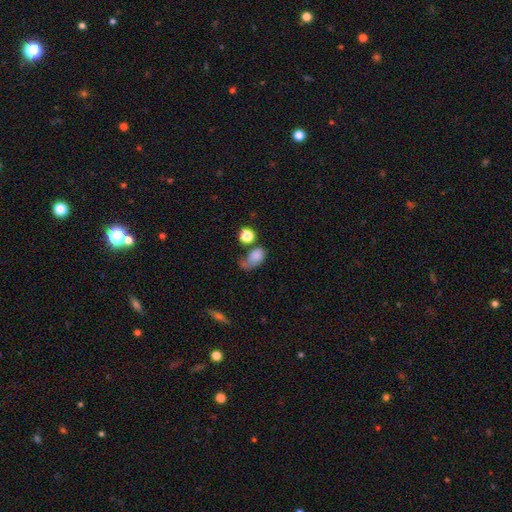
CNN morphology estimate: Q: Smooth or featured?
A: smooth (77%); runner-up: featured or disk (12%)
Q: How rounded?
A: in between (75%); runner-up: round (23%)
Q: Merging?
A: none (29%); tied with: major disturbance (29%)